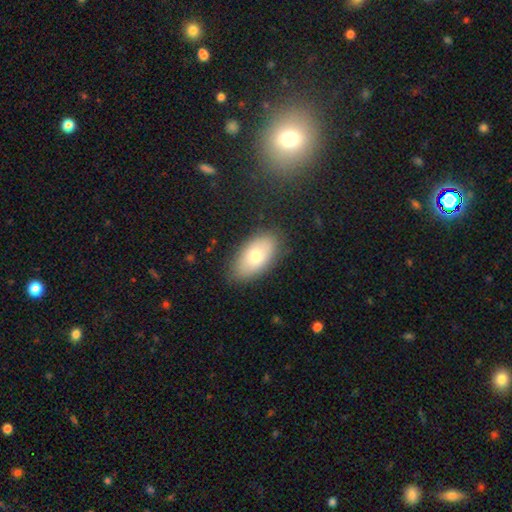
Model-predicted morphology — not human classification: Smooth or featured: smooth — 74% (featured or disk — 19%)
How rounded: in between — 93% (round — 4%)
Merging: none — 82% (minor disturbance — 13%)